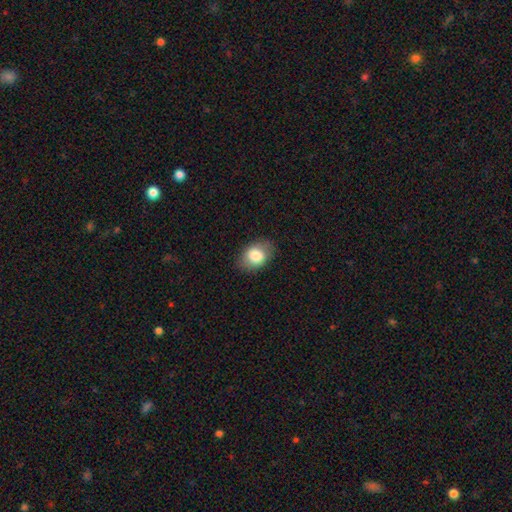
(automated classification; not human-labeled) smooth-or-featured: smooth: 81% | featured or disk: 12% | star or artifact: 8%
  how-rounded: in between: 73% | round: 26% | cigar-shaped: 1%
  merging: none: 82% | minor disturbance: 13% | major disturbance: 4% | merger: 1%